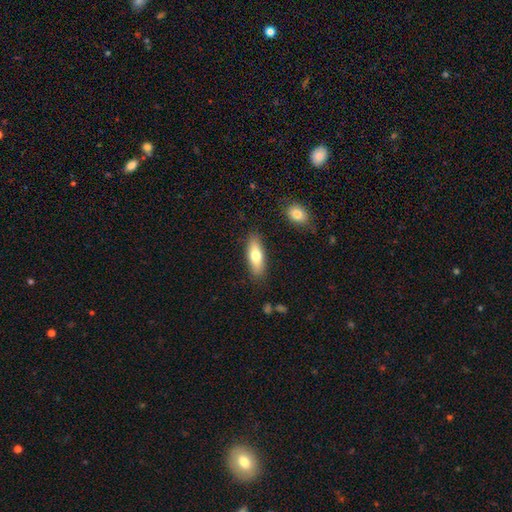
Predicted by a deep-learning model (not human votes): Overall: smooth (72%). How rounded: in between (62%; cigar-shaped 36%). Merging: none (85%).